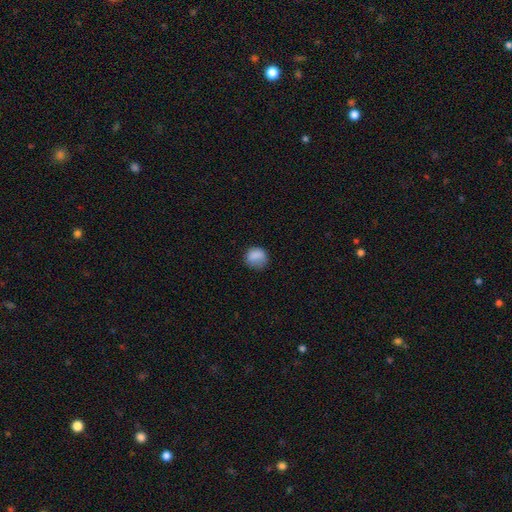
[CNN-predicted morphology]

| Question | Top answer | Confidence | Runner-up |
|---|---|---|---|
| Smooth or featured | smooth | 84% | star or artifact (9%) |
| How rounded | round | 74% | in between (25%) |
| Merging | none | 68% | minor disturbance (22%) |